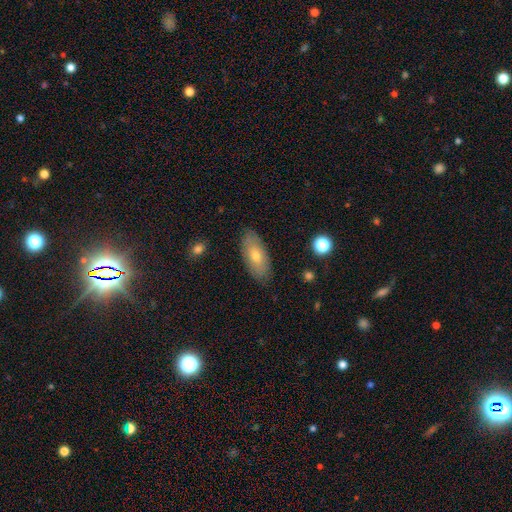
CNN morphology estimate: Smooth or featured?
  - smooth: 64% *
  - featured or disk: 28%
  - star or artifact: 7%
How rounded?
  - in between: 85% *
  - cigar-shaped: 13%
  - round: 3%
Merging?
  - none: 86% *
  - minor disturbance: 11%
  - major disturbance: 2%
  - merger: 1%